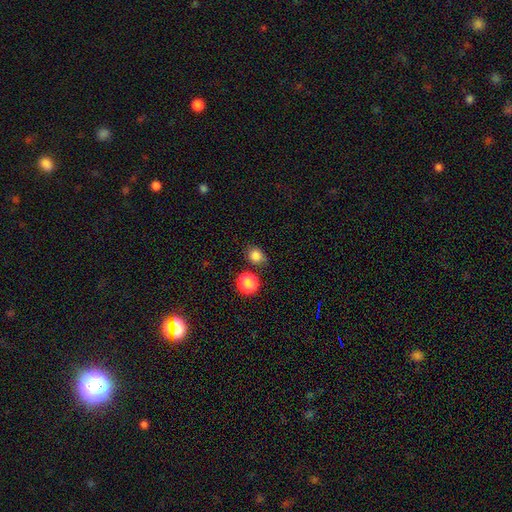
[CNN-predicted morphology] Smooth or featured: smooth — 82% (star or artifact — 13%)
How rounded: round — 73% (in between — 26%)
Merging: none — 72% (minor disturbance — 14%)